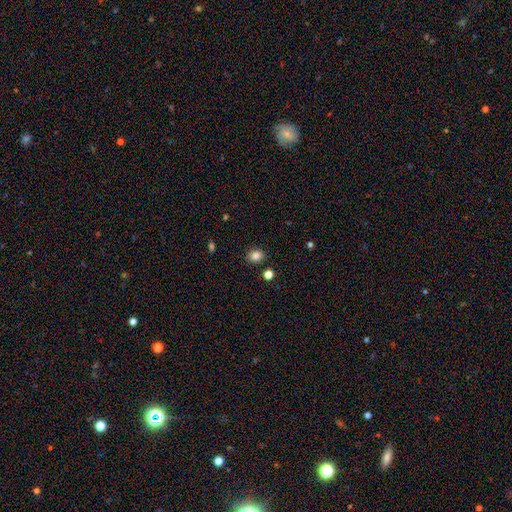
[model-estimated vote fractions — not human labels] Morphology: type=smooth (84%); roundness=round (61%); merging=none (87%).